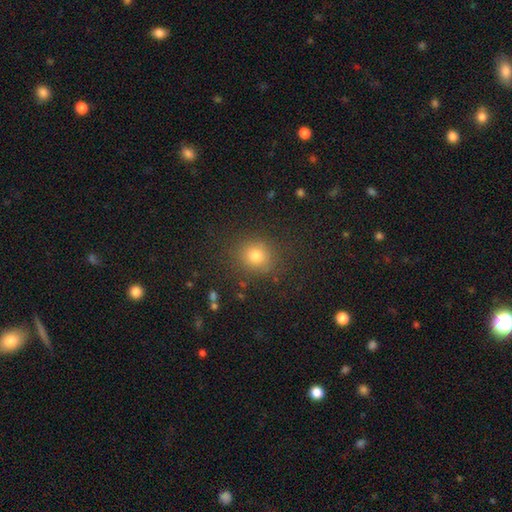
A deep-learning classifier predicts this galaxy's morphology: type=smooth (78%); roundness=round (82%); merging=none (85%).